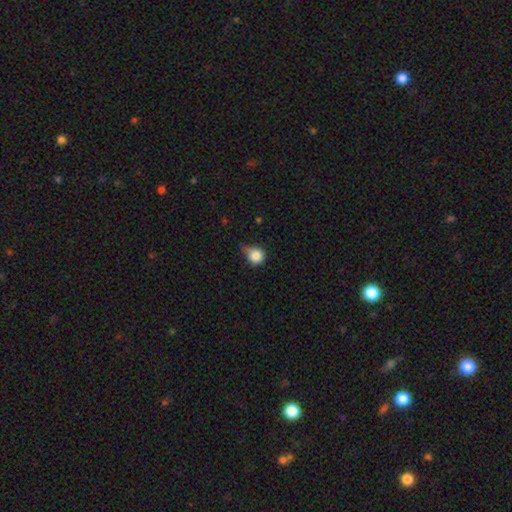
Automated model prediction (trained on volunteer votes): Morphology: type=smooth (82%); roundness=round (87%); merging=minor disturbance (44%).